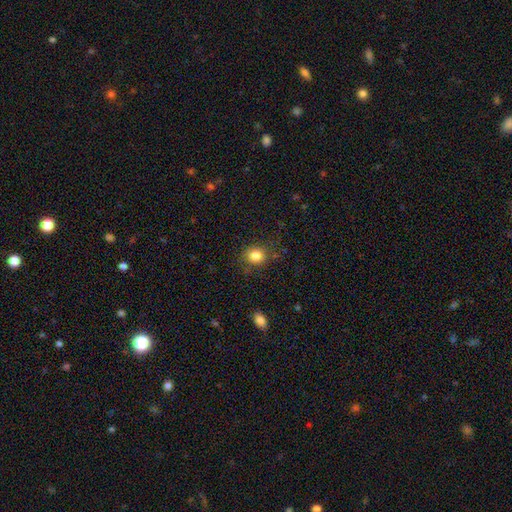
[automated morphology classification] The model was most divided on "how rounded": round: 76%, in between: 23%, cigar-shaped: 1%. More confident: smooth or featured — smooth (83%); merging — none (82%).